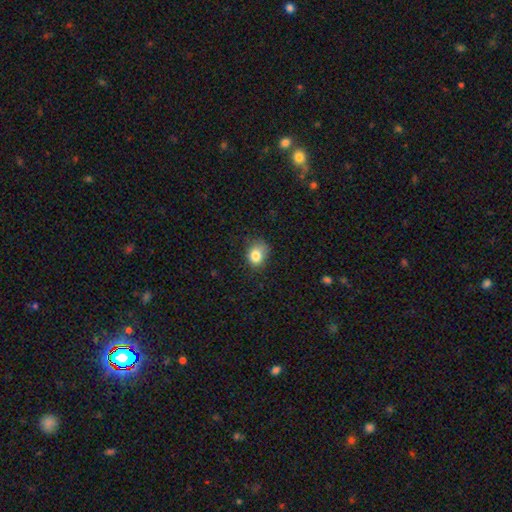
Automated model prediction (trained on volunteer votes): A smooth galaxy with no disk features (82%) that is round (52%).

Vote fractions:
- Smooth or featured? smooth: 82% / star or artifact: 10% / featured or disk: 7%
- How rounded? round: 52% / in between: 47% / cigar-shaped: 1%
- Merging? none: 63% / minor disturbance: 27% / major disturbance: 8% / merger: 2%